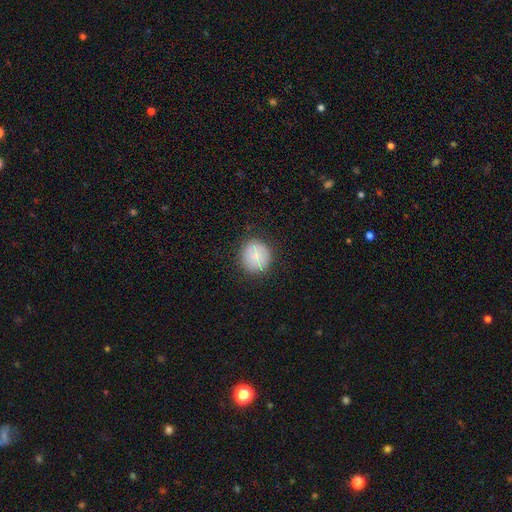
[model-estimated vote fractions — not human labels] Morphology: type=smooth (82%); roundness=round (92%); merging=none (84%).